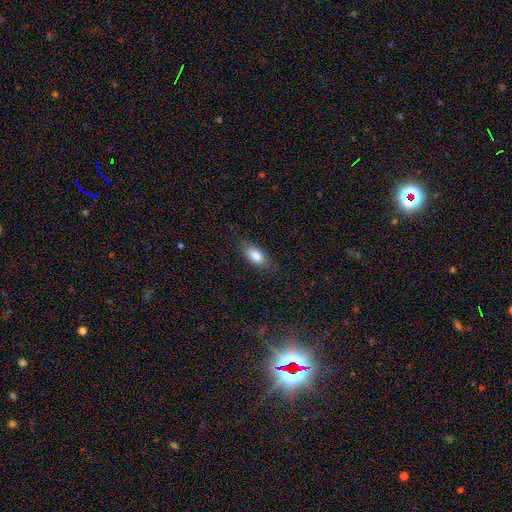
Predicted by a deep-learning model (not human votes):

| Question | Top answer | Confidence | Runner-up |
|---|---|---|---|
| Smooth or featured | smooth | 83% | featured or disk (10%) |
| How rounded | in between | 84% | cigar-shaped (13%) |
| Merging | none | 80% | minor disturbance (15%) |